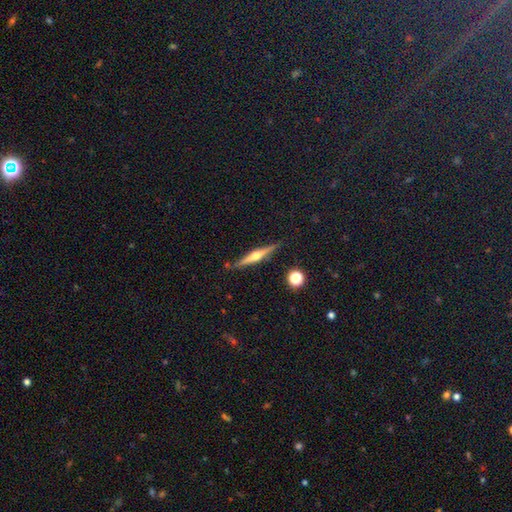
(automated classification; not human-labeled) smooth_or_featured: featured or disk (p=0.73) [alt: smooth p=0.20]
disk_edge_on: yes (p=0.98) [alt: no p=0.02]
edge_on_bulge: rounded (p=0.93) [alt: none p=0.04]
merging: none (p=0.87) [alt: minor disturbance p=0.09]